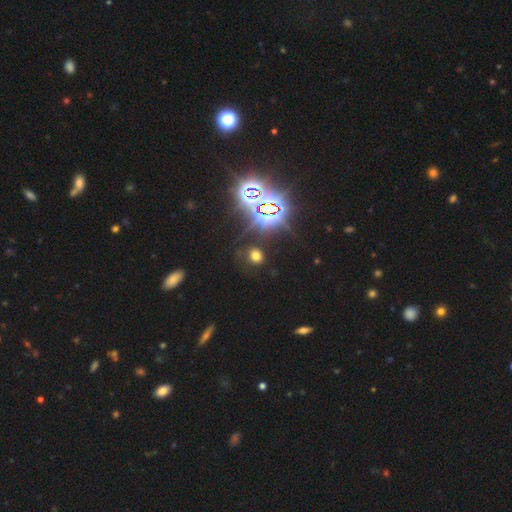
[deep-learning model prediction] Overall: smooth (51%; star or artifact 41%). How rounded: round (66%; in between 33%). Merging: none (82%).